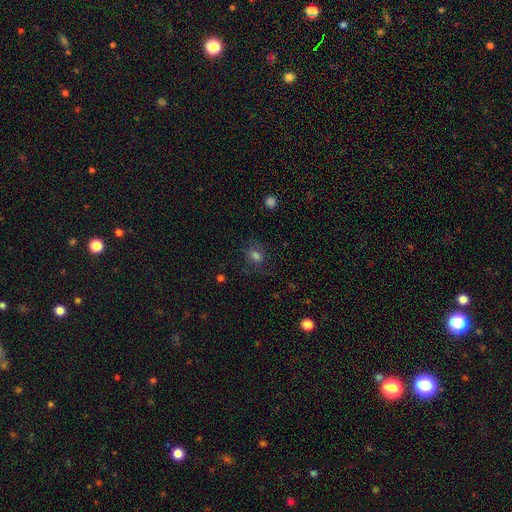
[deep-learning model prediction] smooth 62%, featured or disk 20%, star or artifact 18%. Down the decision tree: how rounded — in between (62%); merging — none (64%).